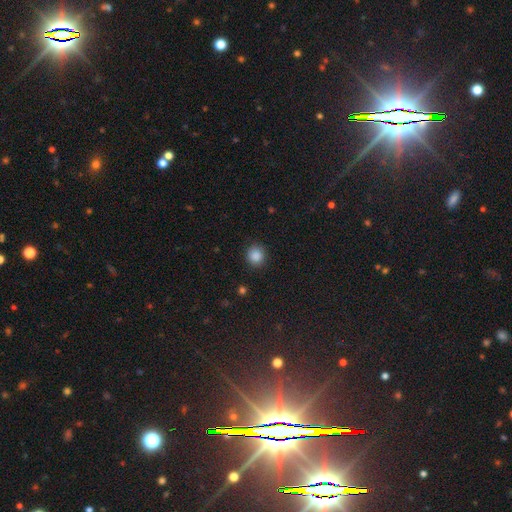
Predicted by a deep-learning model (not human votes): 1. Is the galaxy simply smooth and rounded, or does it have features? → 87% smooth, 10% star or artifact, 3% featured or disk.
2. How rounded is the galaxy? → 90% round, 9% in between, 1% cigar-shaped.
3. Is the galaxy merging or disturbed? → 89% none, 7% minor disturbance, 2% major disturbance, 1% merger.